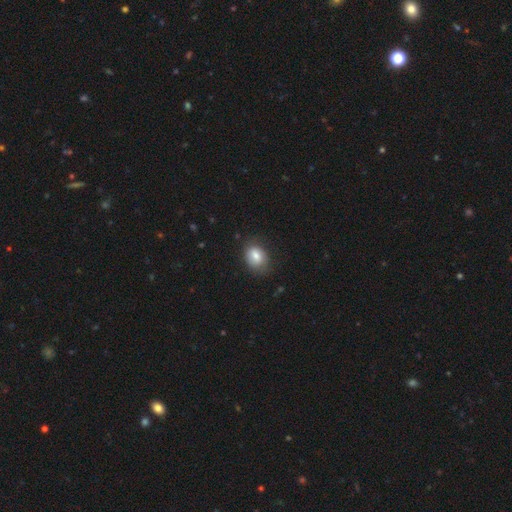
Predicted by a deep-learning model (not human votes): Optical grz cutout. It shows a smooth galaxy with no disk features (78%) that is in between round and cigar-shaped (68%). Merging: none (72%).